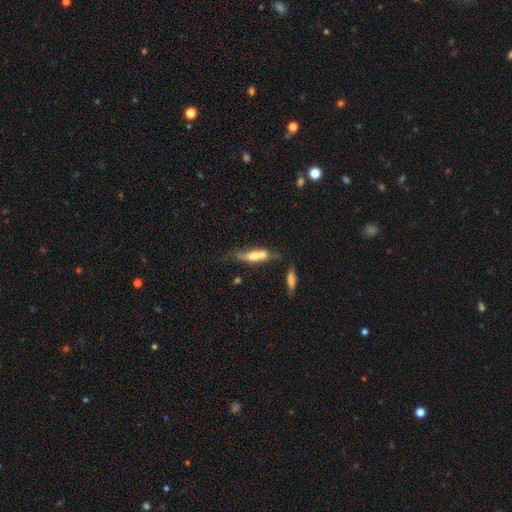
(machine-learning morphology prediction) smooth_or_featured: smooth (p=0.55) [alt: featured or disk p=0.38]
how_rounded: cigar-shaped (p=0.63) [alt: in between p=0.34]
merging: none (p=0.38) [alt: merger p=0.28]